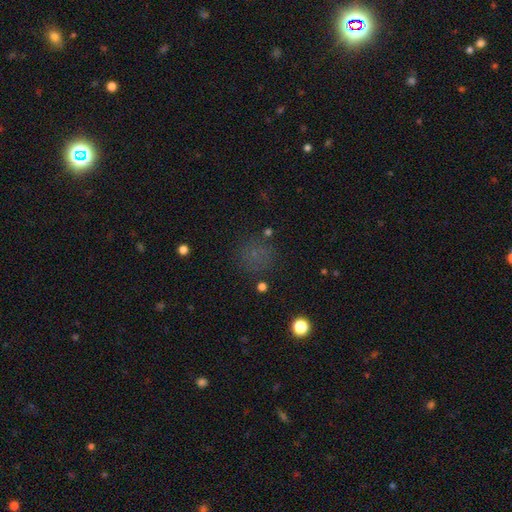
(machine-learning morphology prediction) smooth 58%, star or artifact 32%, featured or disk 10%. Down the decision tree: how rounded — round (89%); merging — none (77%).